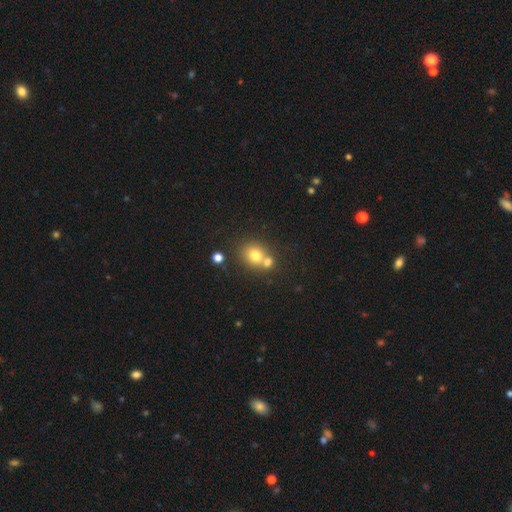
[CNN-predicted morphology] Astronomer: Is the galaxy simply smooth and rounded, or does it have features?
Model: smooth — 75%.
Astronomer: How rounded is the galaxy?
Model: round — 70%.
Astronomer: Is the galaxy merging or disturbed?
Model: none — 46% (runner-up: merger, 42%).